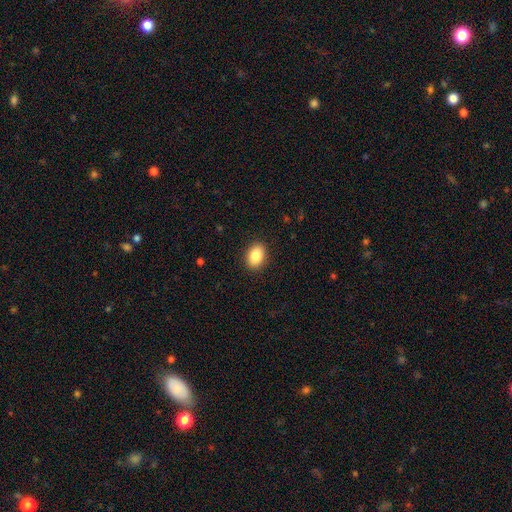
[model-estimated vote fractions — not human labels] This is clearly a smooth galaxy (87%). How rounded: clearly in between (81%). Merging: clearly none (89%).